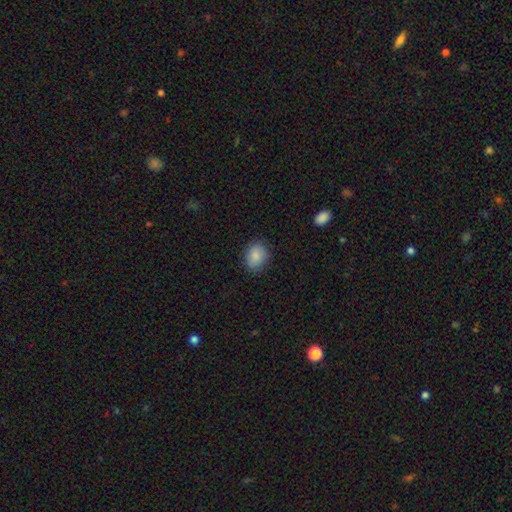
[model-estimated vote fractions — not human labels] Morphology: type=smooth (87%); roundness=in between (54%); merging=none (82%).